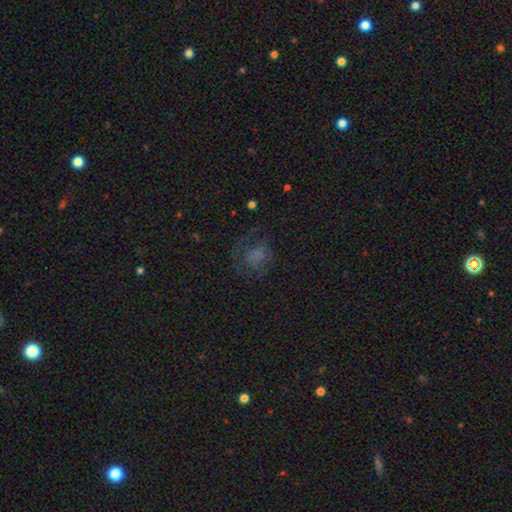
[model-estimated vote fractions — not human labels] smooth-or-featured: smooth: 50% | featured or disk: 31% | star or artifact: 19%
  merging: none: 46% | major disturbance: 32% | minor disturbance: 20% | merger: 2%